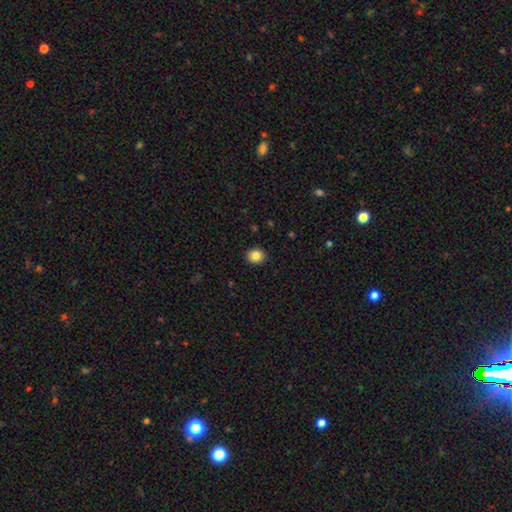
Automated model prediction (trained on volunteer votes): A smooth galaxy with no disk features (84%) that is round (70%). Merging: none (92%).